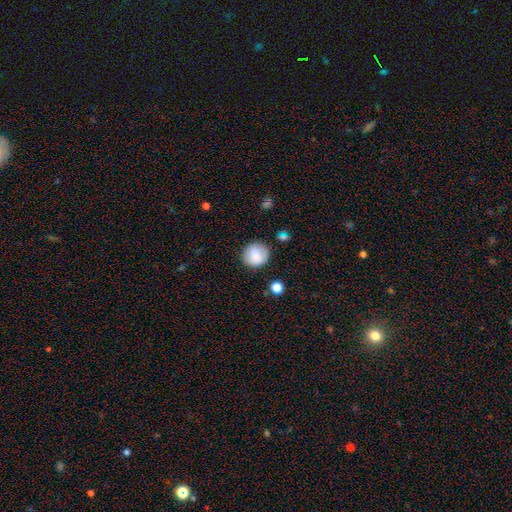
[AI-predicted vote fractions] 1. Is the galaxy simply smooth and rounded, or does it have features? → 82% smooth, 10% featured or disk, 8% star or artifact.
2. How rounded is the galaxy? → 89% round, 10% in between, 1% cigar-shaped.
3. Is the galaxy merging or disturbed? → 84% none, 11% minor disturbance, 3% major disturbance, 2% merger.